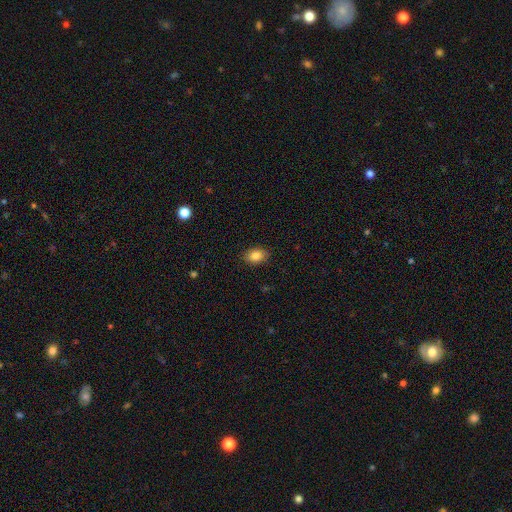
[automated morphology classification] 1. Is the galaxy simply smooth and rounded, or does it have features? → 84% smooth, 9% star or artifact, 7% featured or disk.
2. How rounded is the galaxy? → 79% in between, 20% round, 1% cigar-shaped.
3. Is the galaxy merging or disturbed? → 88% none, 9% minor disturbance, 2% major disturbance, 1% merger.